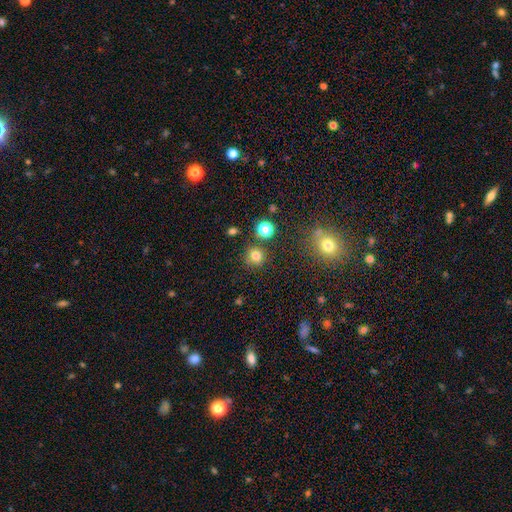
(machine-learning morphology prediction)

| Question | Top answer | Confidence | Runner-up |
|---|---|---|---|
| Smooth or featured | smooth | 77% | star or artifact (17%) |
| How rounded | round | 89% | in between (10%) |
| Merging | none | 81% | minor disturbance (9%) |